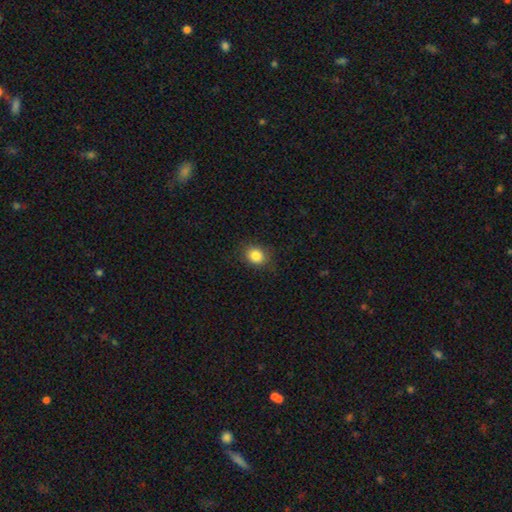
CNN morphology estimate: A smooth galaxy with no disk features (85%) that is round (65%). Merging: none (85%).